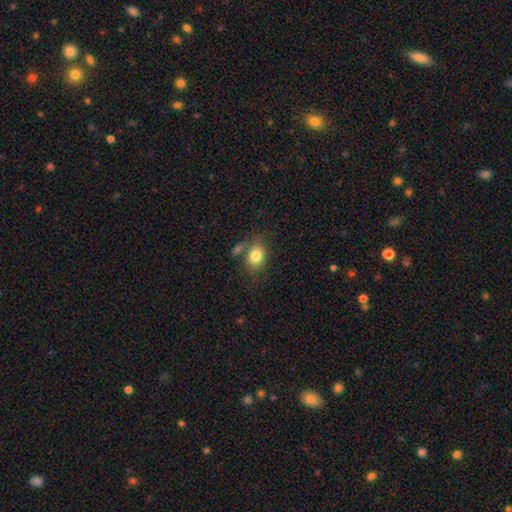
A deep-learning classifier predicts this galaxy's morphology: This appears to be a smooth galaxy with no disk features (82%) that is in between round and cigar-shaped (62%). Merging: none (62%).